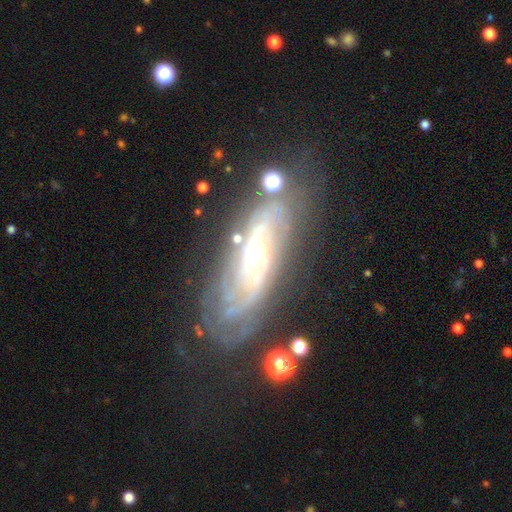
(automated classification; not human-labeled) smooth-or-featured: featured or disk: 84% | smooth: 9% | star or artifact: 7%
  disk-edge-on: no: 85% | yes: 15%
    bar: no: 64% | weak: 26% | strong: 10%
    has-spiral-arms: yes: 93% | no: 7%
      spiral-winding: tight: 69% | medium: 25% | loose: 6%
      spiral-arm-count: can't tell: 47% | 2: 20% | 3: 12% | 4: 9% | more than 4: 7% | 1: 5%
    bulge-size: small: 70% | moderate: 25% | large: 2% | none: 2% | dominant: 1%
  merging: none: 70% | minor disturbance: 18% | major disturbance: 9% | merger: 4%